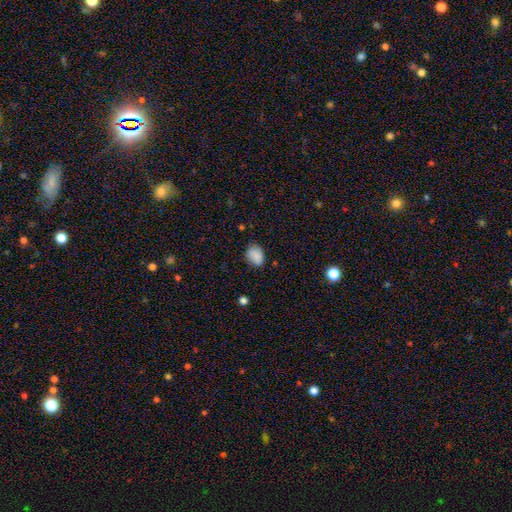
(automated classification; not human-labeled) A smooth galaxy with no disk features (86%) that is in between round and cigar-shaped (69%). Merging: none (72%).